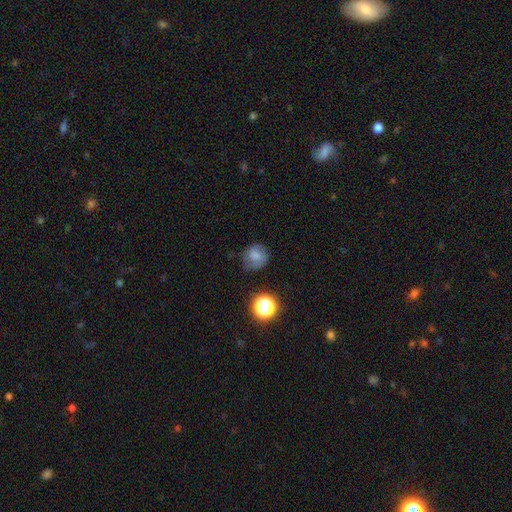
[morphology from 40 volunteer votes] A smooth galaxy with no disk features (78%) that is round (81%). Merging: none (54%).